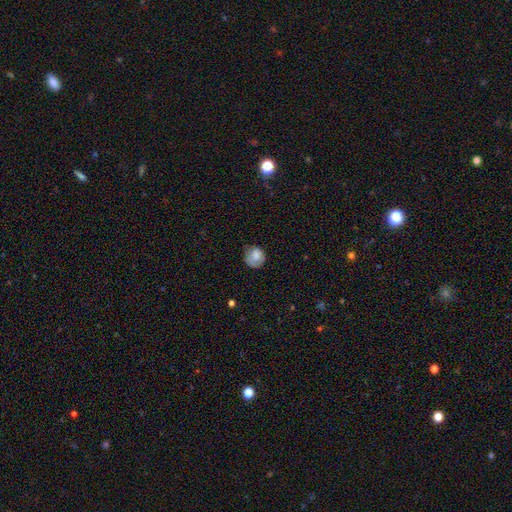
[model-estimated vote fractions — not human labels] The model was most divided on "merging": none: 62%, minor disturbance: 27%, major disturbance: 9%, merger: 2%. More confident: how rounded — round (83%); smooth or featured — smooth (77%).